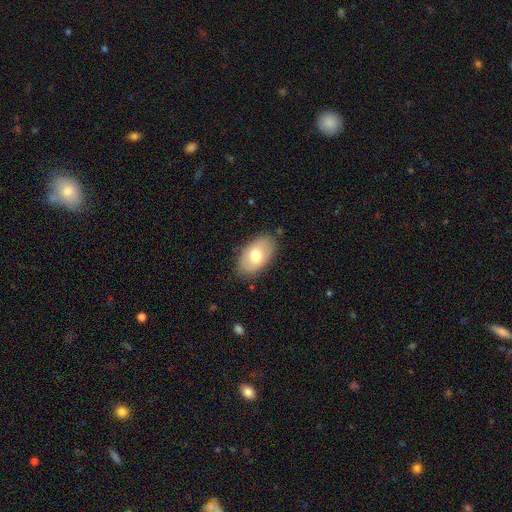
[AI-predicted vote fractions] Smooth or featured?
  - smooth: 69% *
  - featured or disk: 25%
  - star or artifact: 6%
How rounded?
  - in between: 93% *
  - round: 6%
  - cigar-shaped: 1%
Merging?
  - none: 81% *
  - minor disturbance: 14%
  - major disturbance: 4%
  - merger: 1%